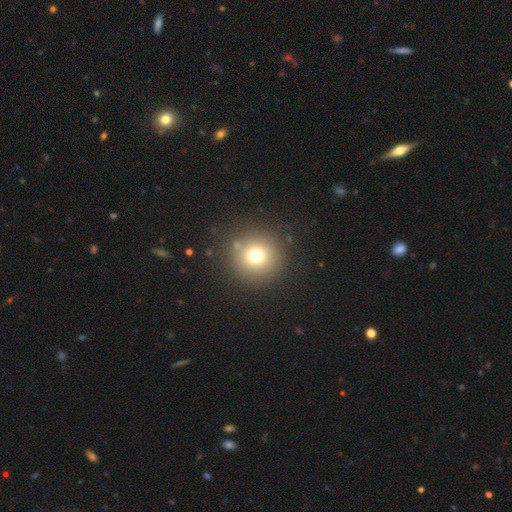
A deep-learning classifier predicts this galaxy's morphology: smooth_or_featured: smooth (p=0.72) [alt: star or artifact p=0.17]
how_rounded: round (p=0.95) [alt: in between p=0.04]
merging: none (p=0.87) [alt: minor disturbance p=0.07]